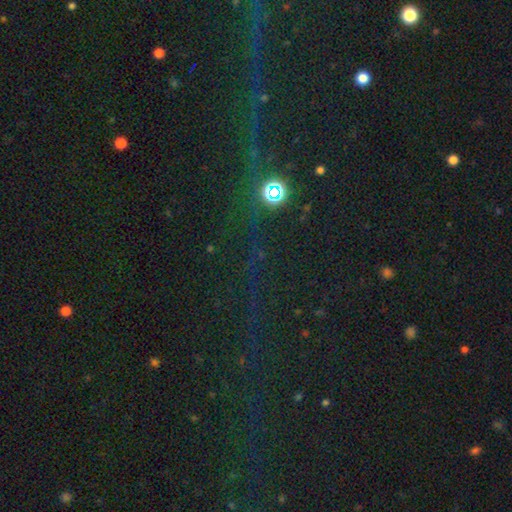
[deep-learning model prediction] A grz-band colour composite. It shows a star or artifact, not a galaxy (70%).